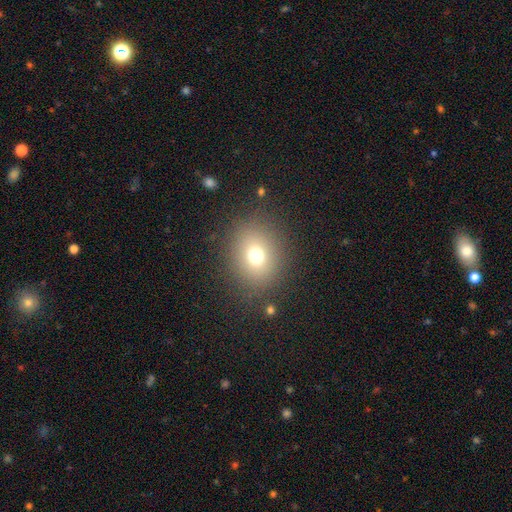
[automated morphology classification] Smooth or featured?
  - smooth: 72% *
  - star or artifact: 17%
  - featured or disk: 11%
How rounded?
  - round: 74% *
  - in between: 26%
  - cigar-shaped: 1%
Merging?
  - none: 86% *
  - minor disturbance: 8%
  - major disturbance: 5%
  - merger: 2%